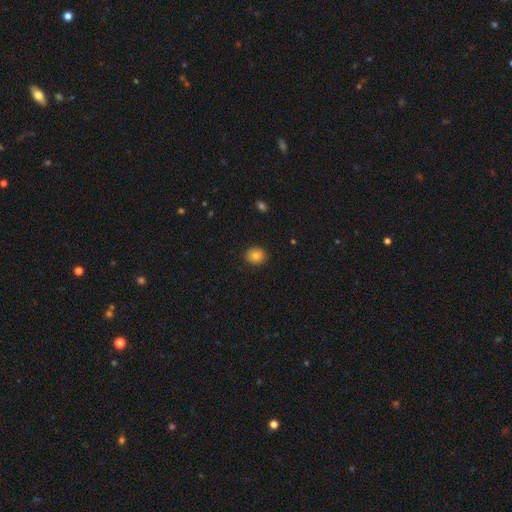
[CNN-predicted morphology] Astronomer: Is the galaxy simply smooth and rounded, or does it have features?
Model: smooth — 79%.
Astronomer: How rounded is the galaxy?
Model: round — 72%.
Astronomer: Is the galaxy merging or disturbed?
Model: none — 88%.